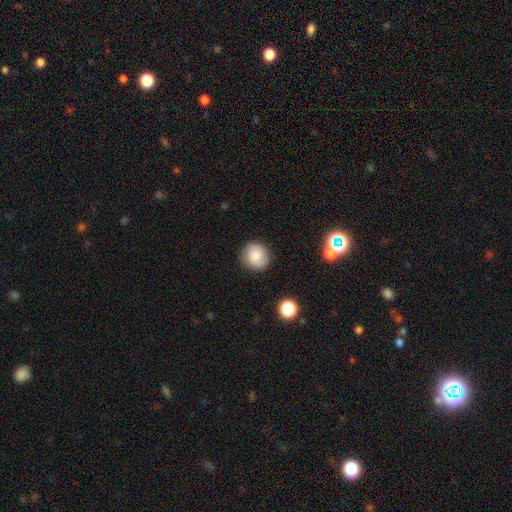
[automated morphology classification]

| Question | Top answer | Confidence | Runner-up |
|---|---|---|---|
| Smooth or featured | smooth | 77% | featured or disk (14%) |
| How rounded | round | 88% | in between (11%) |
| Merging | none | 84% | minor disturbance (11%) |